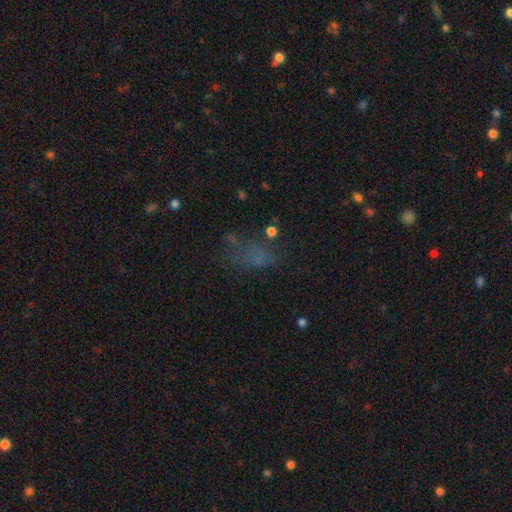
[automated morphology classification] Smooth or featured: smooth — 51% (star or artifact — 28%)
How rounded: in between — 78% (round — 17%)
Merging: none — 45% (major disturbance — 29%)